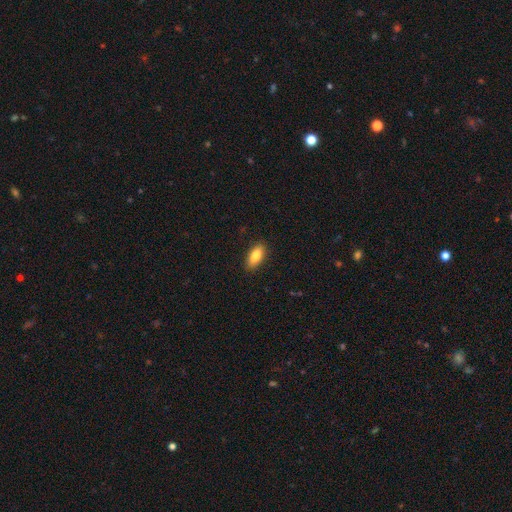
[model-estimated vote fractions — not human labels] This appears to be a smooth galaxy with no disk features (84%) that is in between round and cigar-shaped (83%). Merging: none (88%).